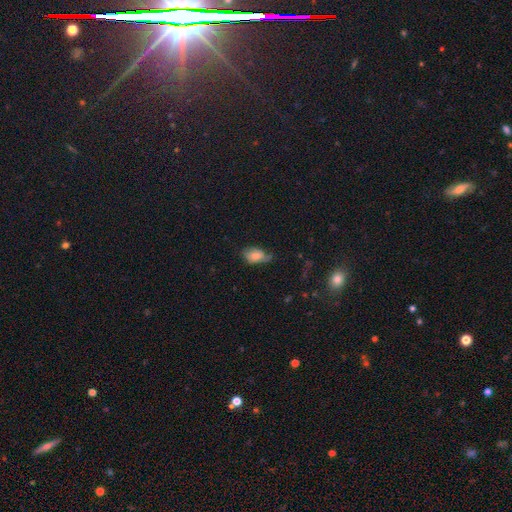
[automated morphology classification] This appears to be a smooth galaxy with no disk features (70%) that is in between round and cigar-shaped (89%). Merging: none (43%).